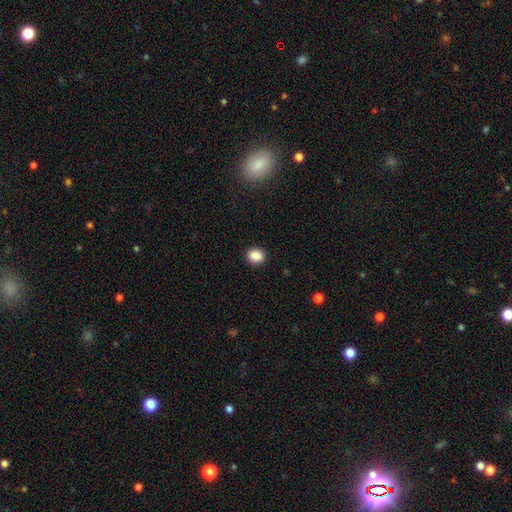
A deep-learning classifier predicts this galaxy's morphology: A smooth galaxy with no disk features (88%) that is round (61%).

Vote fractions:
- Smooth or featured? smooth: 88% / star or artifact: 9% / featured or disk: 3%
- How rounded? round: 61% / in between: 38% / cigar-shaped: 1%
- Merging? none: 90% / minor disturbance: 7% / major disturbance: 2% / merger: 1%